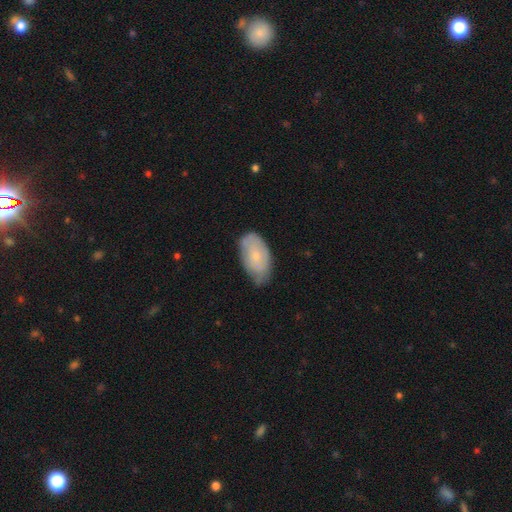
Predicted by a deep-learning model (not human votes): Smooth or featured?
  - smooth: 58% *
  - featured or disk: 36%
  - star or artifact: 6%
How rounded?
  - in between: 94% *
  - round: 4%
  - cigar-shaped: 2%
Merging?
  - none: 57% *
  - minor disturbance: 35%
  - major disturbance: 6%
  - merger: 2%